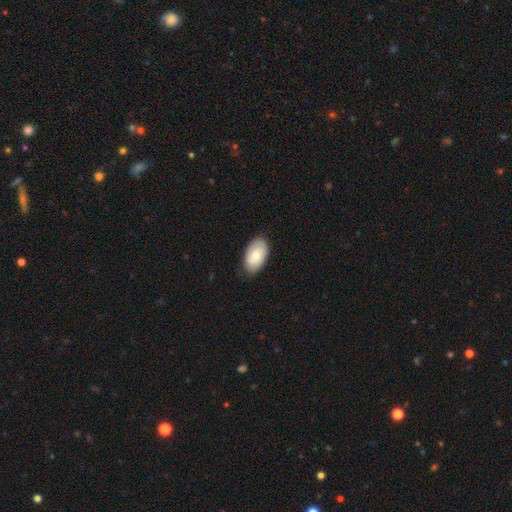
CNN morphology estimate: Smooth or featured? Predicted: smooth (p=0.67). How rounded? Predicted: in between (p=0.93). Merging? Predicted: none (p=0.83).